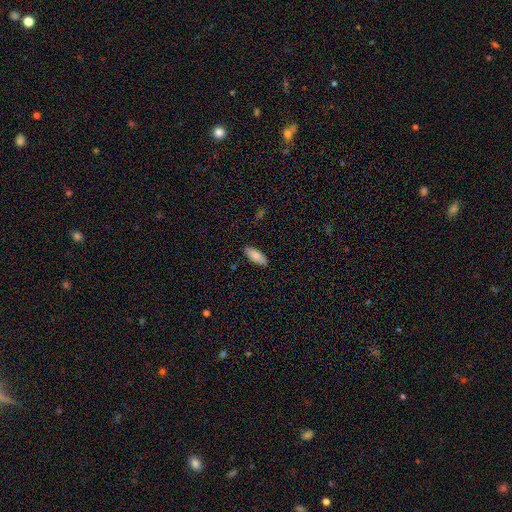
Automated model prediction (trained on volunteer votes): smooth 81%, featured or disk 13%, star or artifact 6%. Down the decision tree: how rounded — in between (86%); merging — none (87%).